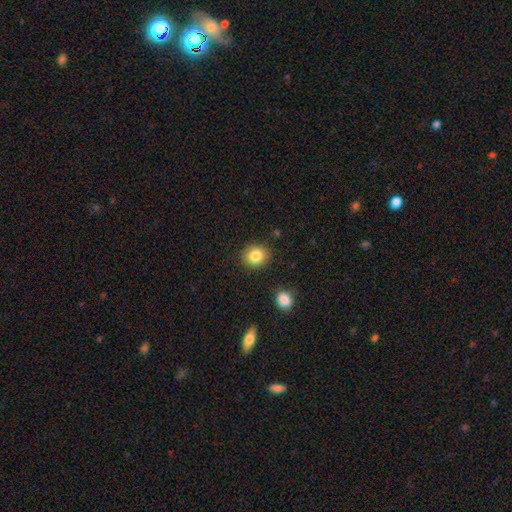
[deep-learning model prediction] smooth-or-featured: smooth: 84% | star or artifact: 9% | featured or disk: 7%
  how-rounded: round: 72% | in between: 27% | cigar-shaped: 1%
  merging: none: 87% | minor disturbance: 8% | major disturbance: 2% | merger: 2%